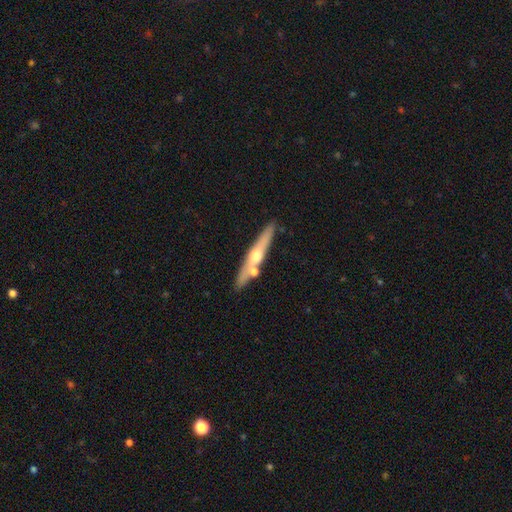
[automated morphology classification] smooth-or-featured: featured or disk: 63% | smooth: 31% | star or artifact: 6%
  disk-edge-on: yes: 92% | no: 8%
    edge-on-bulge: rounded: 88% | none: 9% | boxy: 3%
  merging: none: 78% | merger: 10% | minor disturbance: 10% | major disturbance: 2%